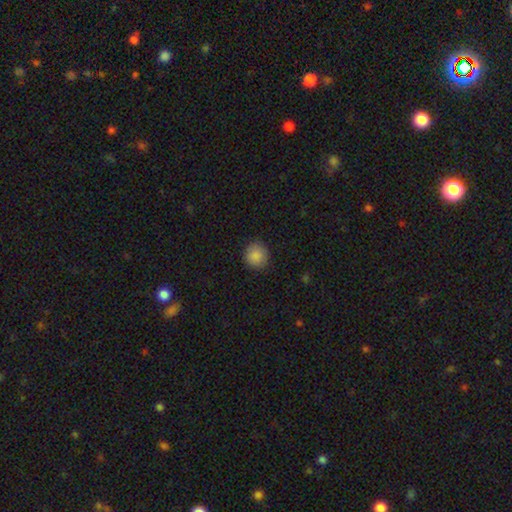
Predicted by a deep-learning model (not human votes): Smooth or featured? Predicted: smooth (p=0.88). How rounded? Predicted: round (p=0.92). Merging? Predicted: none (p=0.89).